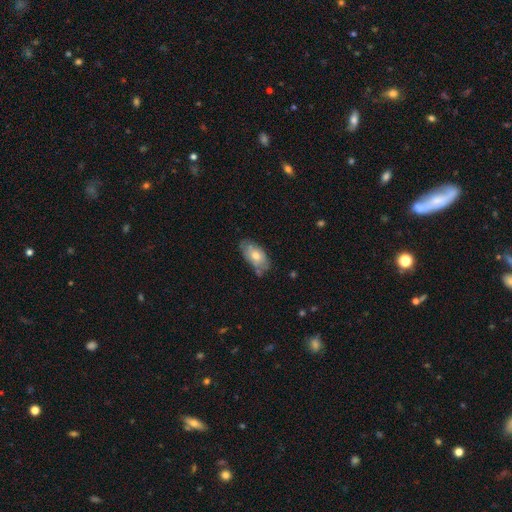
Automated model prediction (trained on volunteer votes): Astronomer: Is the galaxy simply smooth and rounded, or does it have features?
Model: smooth — 62%.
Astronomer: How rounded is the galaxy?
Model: in between — 93%.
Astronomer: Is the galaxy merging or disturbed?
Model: none — 62%.